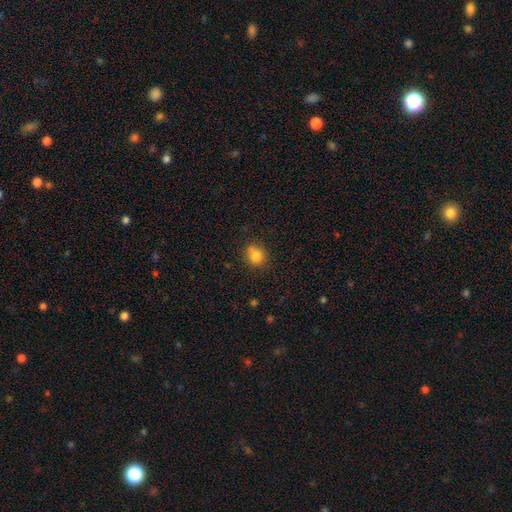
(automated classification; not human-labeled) smooth_or_featured: smooth (p=0.81) [alt: star or artifact p=0.11]
how_rounded: round (p=0.78) [alt: in between p=0.22]
merging: none (p=0.67) [alt: minor disturbance p=0.17]